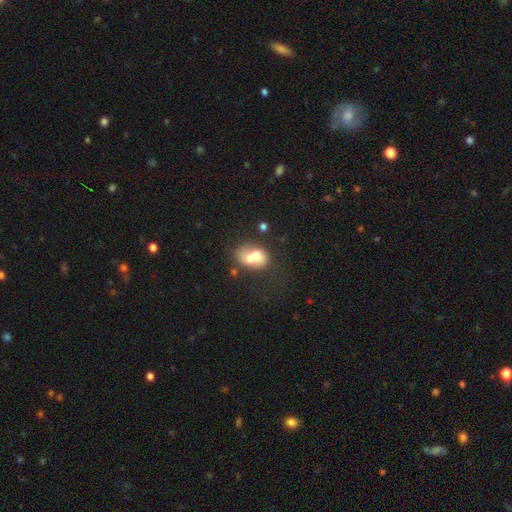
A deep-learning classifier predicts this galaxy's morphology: Smooth or featured?
  - smooth: 61% *
  - featured or disk: 29%
  - star or artifact: 9%
How rounded?
  - in between: 58% *
  - round: 41%
  - cigar-shaped: 1%
Merging?
  - merger: 64% *
  - none: 22%
  - minor disturbance: 9%
  - major disturbance: 5%